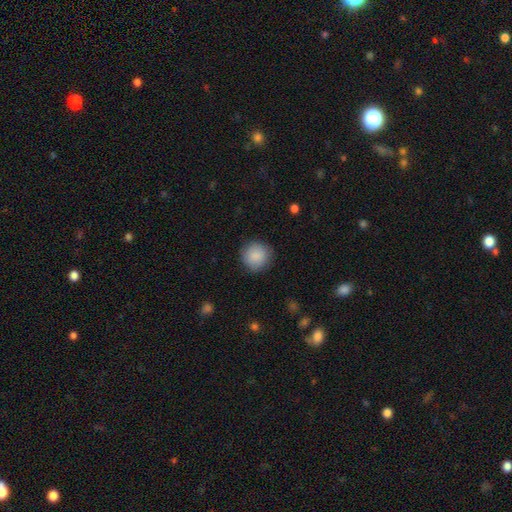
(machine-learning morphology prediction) A smooth galaxy with no disk features (88%) that is round (93%).

Vote fractions:
- Smooth or featured? smooth: 88% / star or artifact: 7% / featured or disk: 4%
- How rounded? round: 93% / in between: 6% / cigar-shaped: 1%
- Merging? none: 87% / minor disturbance: 9% / major disturbance: 3% / merger: 1%